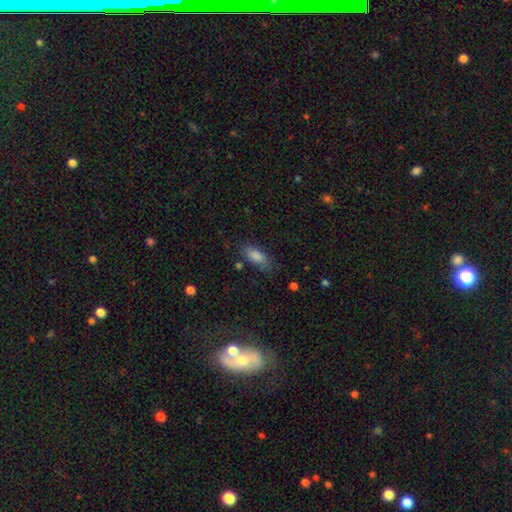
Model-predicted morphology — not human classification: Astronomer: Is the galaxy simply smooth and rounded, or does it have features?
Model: smooth — 79%.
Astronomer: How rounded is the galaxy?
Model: in between — 76%.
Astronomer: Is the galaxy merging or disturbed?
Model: none — 76%.